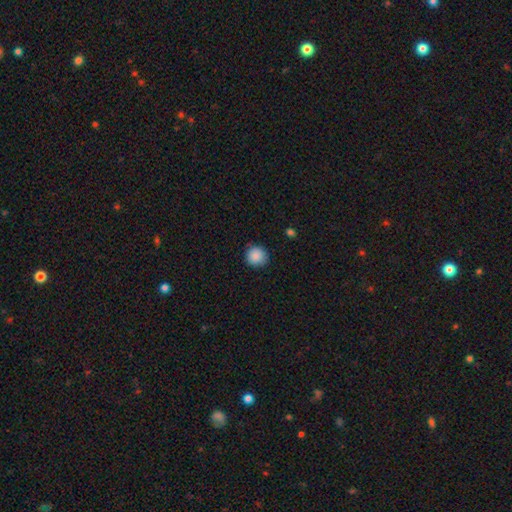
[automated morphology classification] This appears to be a smooth galaxy with no disk features (88%) that is round (93%). Merging: none (86%).